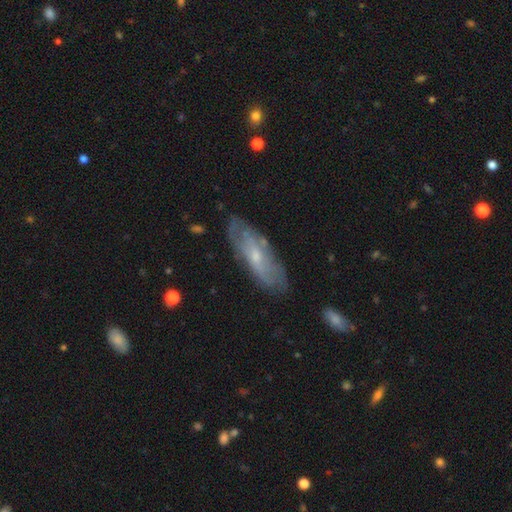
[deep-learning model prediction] Overall: featured or disk (60%; smooth 34%). Edge-on disk: no (76%). Merging: none (75%).